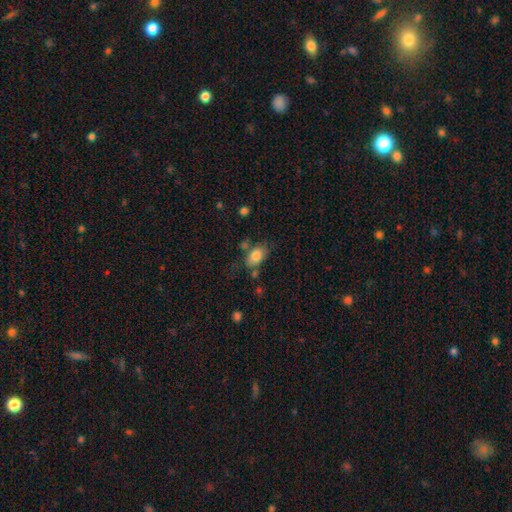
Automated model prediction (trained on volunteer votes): This appears to be a smooth galaxy with no disk features (81%) that is in between round and cigar-shaped (89%). Merging: none (60%).